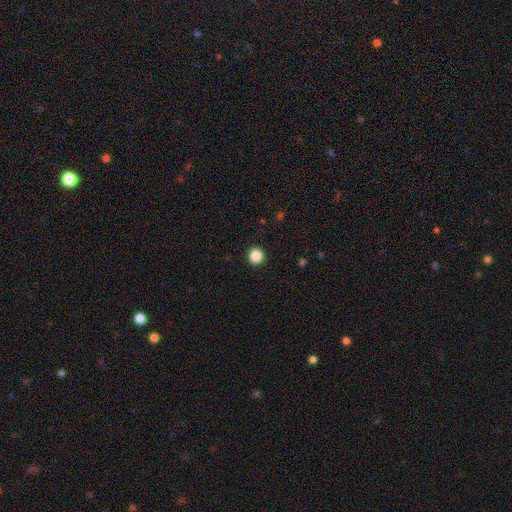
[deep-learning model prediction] smooth-or-featured: smooth: 87% | star or artifact: 10% | featured or disk: 3%
  how-rounded: round: 92% | in between: 7% | cigar-shaped: 1%
  merging: none: 93% | minor disturbance: 5% | major disturbance: 2% | merger: 1%